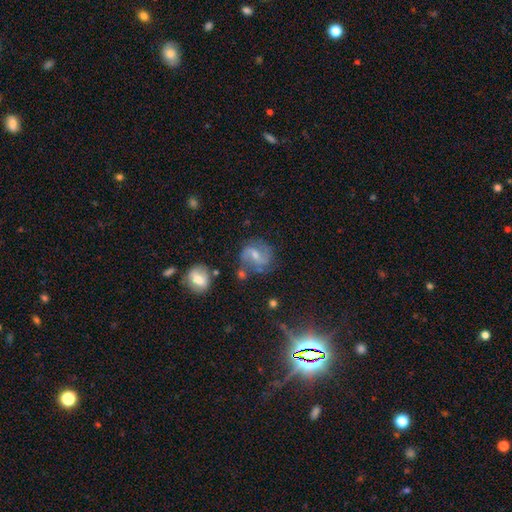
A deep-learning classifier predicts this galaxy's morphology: Smooth or featured? featured or disk (74%)
Edge-on disk? no (97%)
Bar? weak (53%)
Spiral arms? yes (92%)
Spiral winding? medium (48%)
Spiral arm count? 2 (85%)
Bulge size? moderate (49%)
Merging? none (65%)